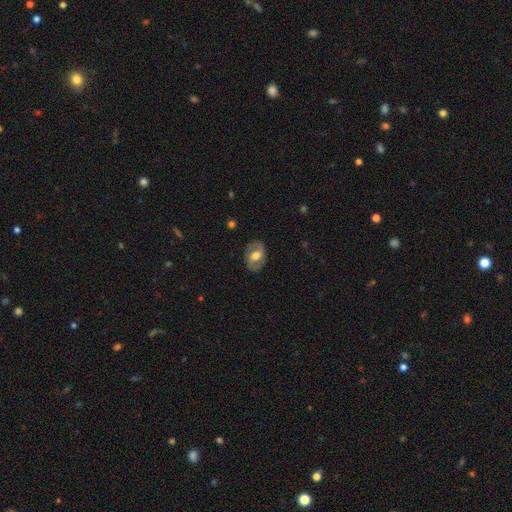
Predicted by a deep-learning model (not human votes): smooth-or-featured: featured or disk: 51% | smooth: 42% | star or artifact: 7%
  disk-edge-on: no: 94% | yes: 6%
  merging: none: 82% | minor disturbance: 13% | major disturbance: 4% | merger: 1%